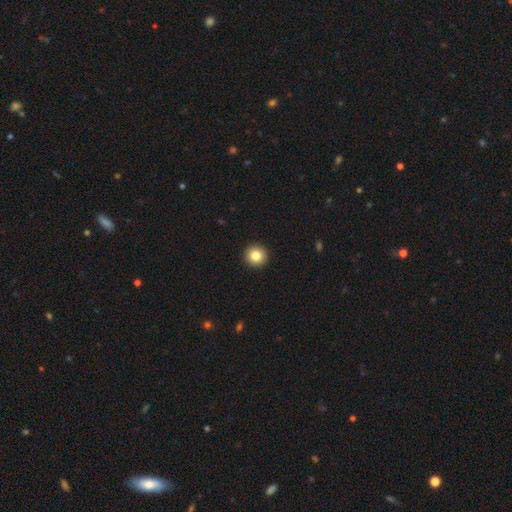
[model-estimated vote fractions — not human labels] The model was most divided on "smooth or featured": smooth: 83%, star or artifact: 9%, featured or disk: 7%. More confident: how rounded — round (95%); merging — none (93%).